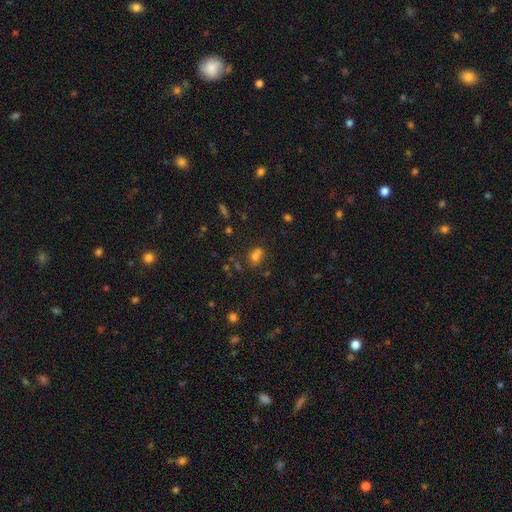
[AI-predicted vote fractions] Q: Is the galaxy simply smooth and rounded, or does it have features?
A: smooth — 69%.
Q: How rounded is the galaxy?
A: round — 53%.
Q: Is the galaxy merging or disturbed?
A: none — 44%.